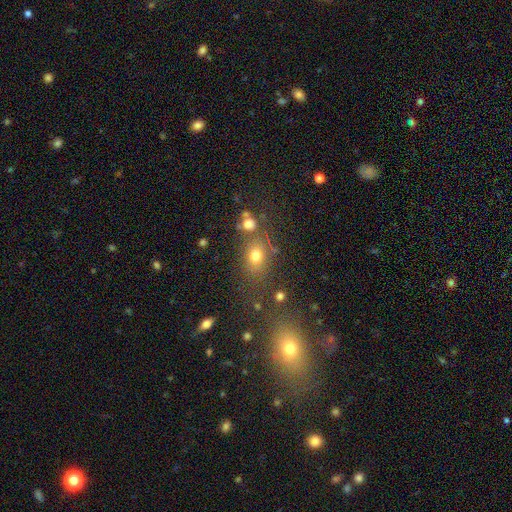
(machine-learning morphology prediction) smooth-or-featured: smooth: 72% | star or artifact: 18% | featured or disk: 11%
  how-rounded: in between: 57% | round: 41% | cigar-shaped: 2%
  merging: none: 64% | merger: 15% | minor disturbance: 14% | major disturbance: 7%